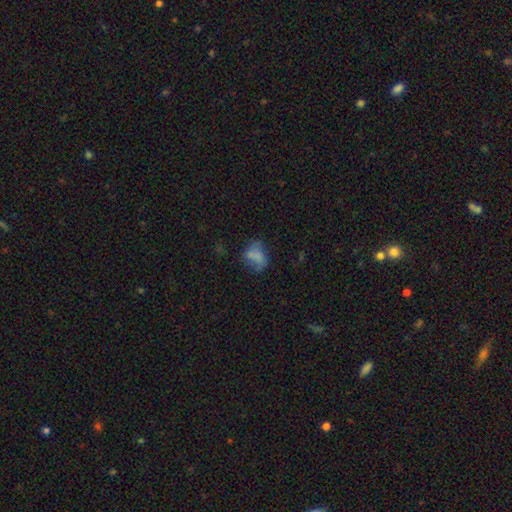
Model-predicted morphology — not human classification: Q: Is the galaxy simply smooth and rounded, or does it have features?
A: smooth — 66%.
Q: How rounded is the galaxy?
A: in between — 75%.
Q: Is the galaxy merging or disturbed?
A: none — 42%.